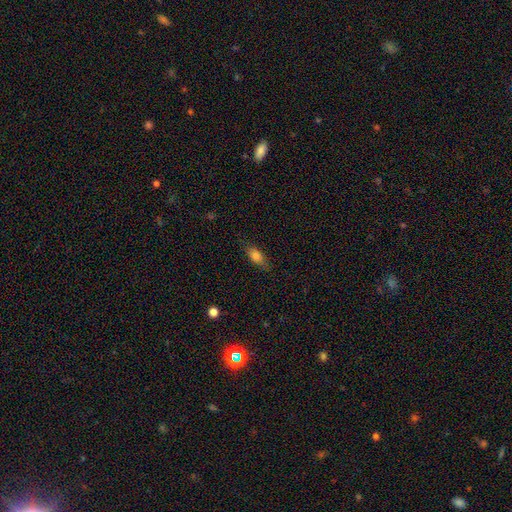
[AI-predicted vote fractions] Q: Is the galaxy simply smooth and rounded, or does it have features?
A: smooth — 77%.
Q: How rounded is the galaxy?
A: in between — 78%.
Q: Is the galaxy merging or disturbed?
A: none — 76%.